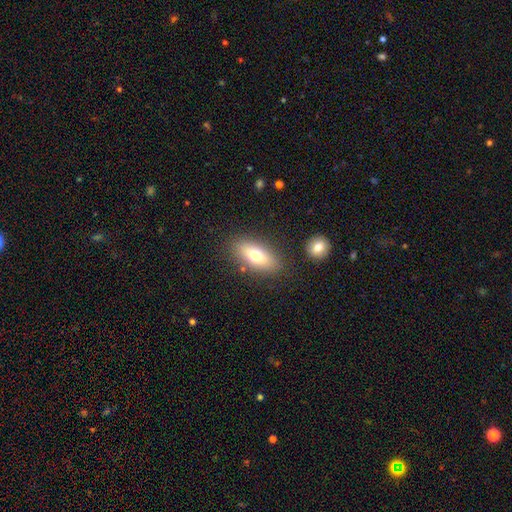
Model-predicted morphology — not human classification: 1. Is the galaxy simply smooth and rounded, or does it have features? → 71% smooth, 20% featured or disk, 8% star or artifact.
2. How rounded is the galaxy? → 83% in between, 12% cigar-shaped, 5% round.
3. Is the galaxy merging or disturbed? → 82% none, 11% minor disturbance, 4% merger, 3% major disturbance.